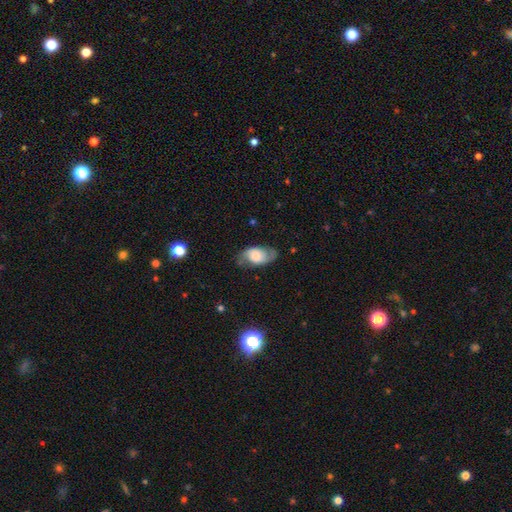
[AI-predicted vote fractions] Smooth or featured? featured or disk (49%)
Merging? none (68%)